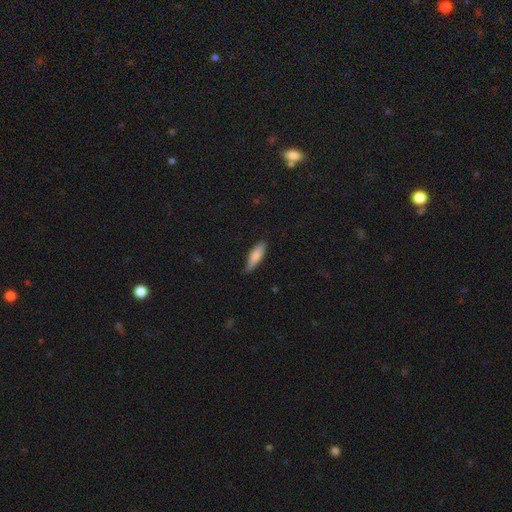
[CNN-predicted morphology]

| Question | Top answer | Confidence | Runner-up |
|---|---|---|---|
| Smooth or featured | smooth | 80% | featured or disk (14%) |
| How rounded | in between | 56% | cigar-shaped (42%) |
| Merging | none | 67% | minor disturbance (28%) |